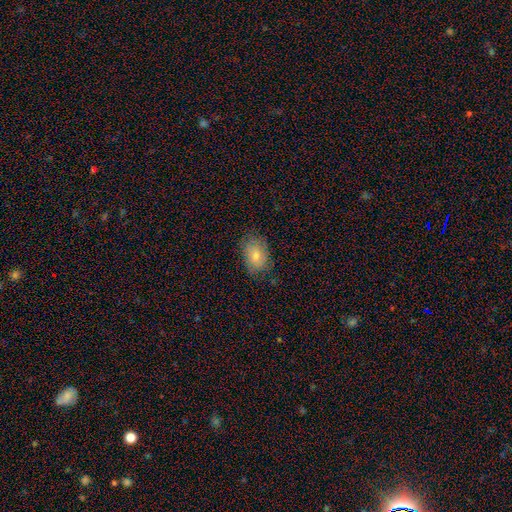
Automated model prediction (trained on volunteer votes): Q: Smooth or featured?
A: smooth (69%); runner-up: featured or disk (22%)
Q: How rounded?
A: in between (81%); runner-up: round (18%)
Q: Merging?
A: none (74%); runner-up: minor disturbance (19%)